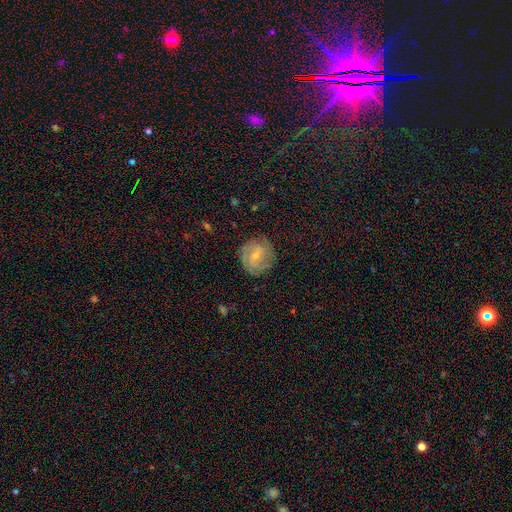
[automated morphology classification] Smooth or featured? Predicted: featured or disk (p=0.69). Edge-on disk? Predicted: no (p=0.97). Bar? Predicted: weak (p=0.51). Spiral arms? Predicted: yes (p=0.89). Spiral winding? Predicted: tight (p=0.58). Spiral arm count? Predicted: can't tell (p=0.34). Bulge size? Predicted: small (p=0.67). Merging? Predicted: none (p=0.78).